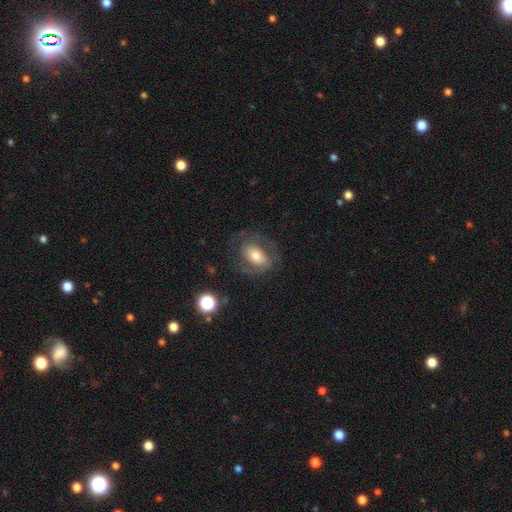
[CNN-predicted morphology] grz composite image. It shows a featured or disk galaxy (53%). Merging: none (64%).